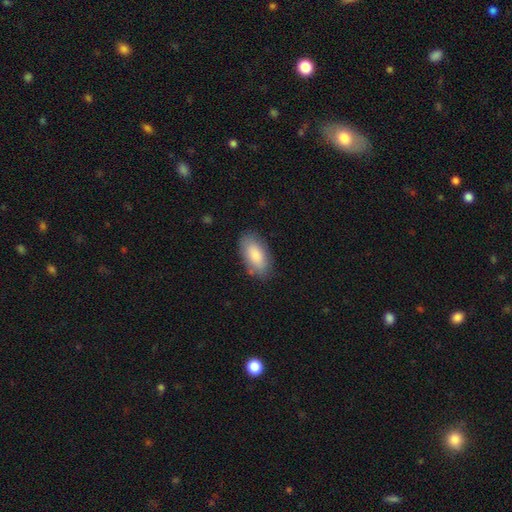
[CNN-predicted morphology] This appears to be a smooth galaxy with no disk features (85%) that is in between round and cigar-shaped (94%). Merging: none (82%).